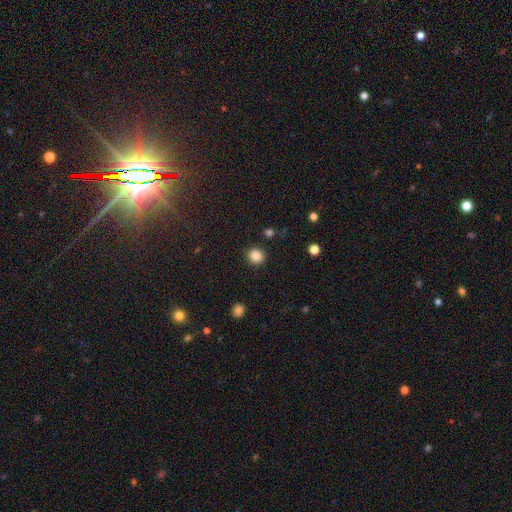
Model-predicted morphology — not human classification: Smooth or featured? Predicted: smooth (p=0.86). How rounded? Predicted: round (p=0.90). Merging? Predicted: none (p=0.91).